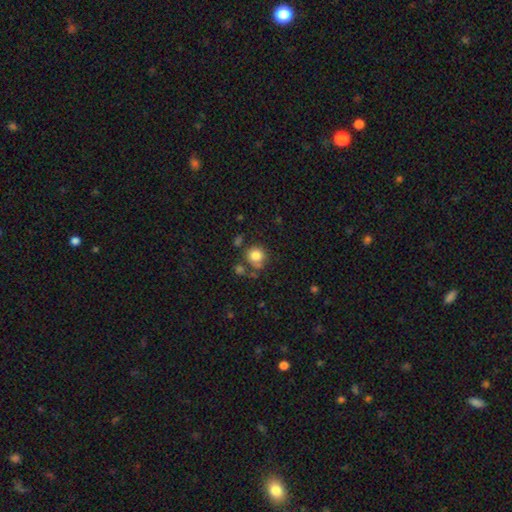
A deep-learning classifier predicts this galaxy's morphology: Smooth or featured?
  - smooth: 83% *
  - star or artifact: 10%
  - featured or disk: 7%
How rounded?
  - round: 85% *
  - in between: 14%
  - cigar-shaped: 1%
Merging?
  - none: 63% *
  - minor disturbance: 17%
  - merger: 13%
  - major disturbance: 7%